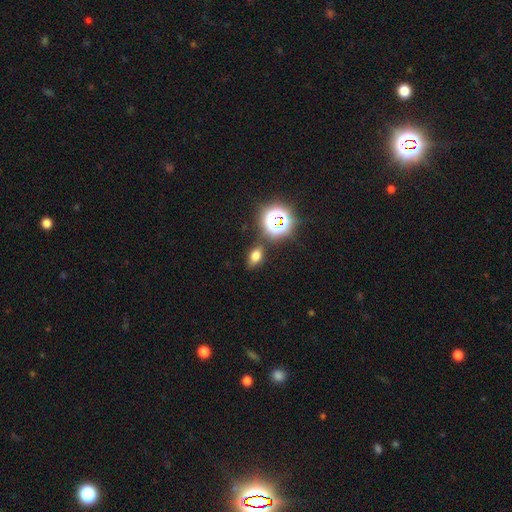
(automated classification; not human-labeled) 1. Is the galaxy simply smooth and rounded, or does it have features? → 65% smooth, 24% star or artifact, 11% featured or disk.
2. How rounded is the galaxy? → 77% in between, 20% round, 4% cigar-shaped.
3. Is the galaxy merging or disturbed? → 80% none, 11% minor disturbance, 5% merger, 3% major disturbance.